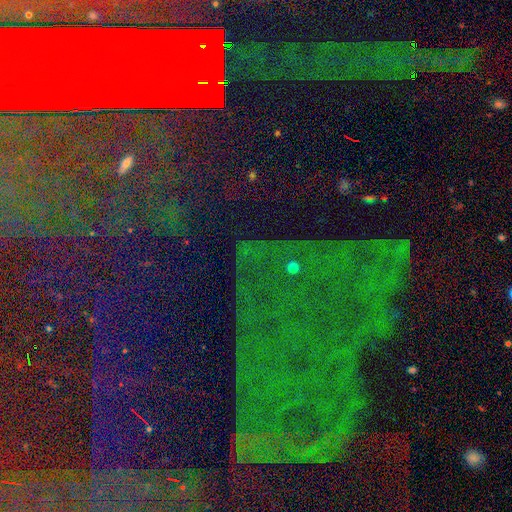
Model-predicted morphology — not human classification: Q: Smooth or featured?
A: star or artifact (81%); runner-up: featured or disk (10%)